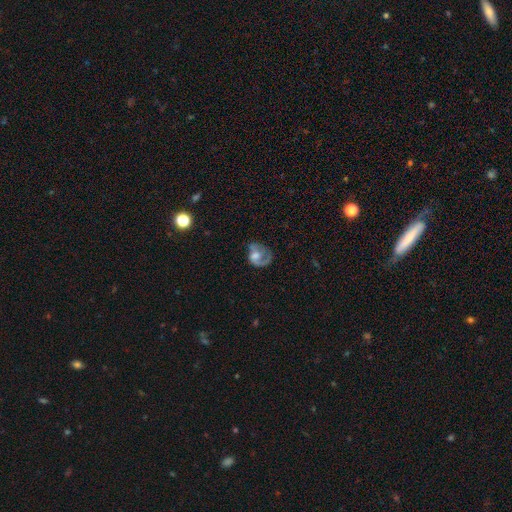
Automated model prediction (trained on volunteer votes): Smooth or featured? featured or disk (57%)
Edge-on disk? no (97%)
Bar? no (71%)
Spiral arms? yes (69%)
Bulge size? moderate (46%)
Merging? none (37%)